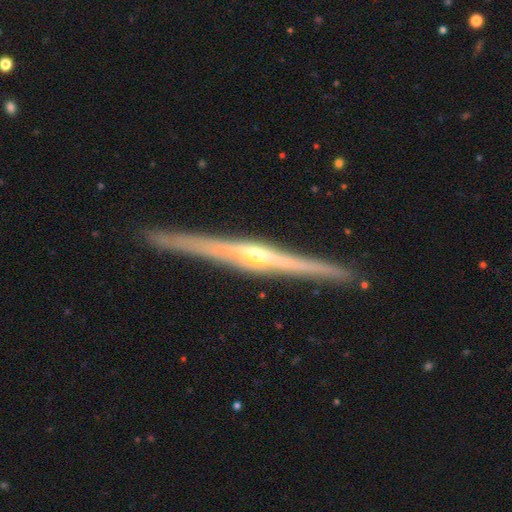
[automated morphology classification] Smooth or featured? Predicted: featured or disk (p=0.86). Edge-on disk? Predicted: yes (p=0.98). Edge-on bulge? Predicted: rounded (p=0.78). Merging? Predicted: none (p=0.91).